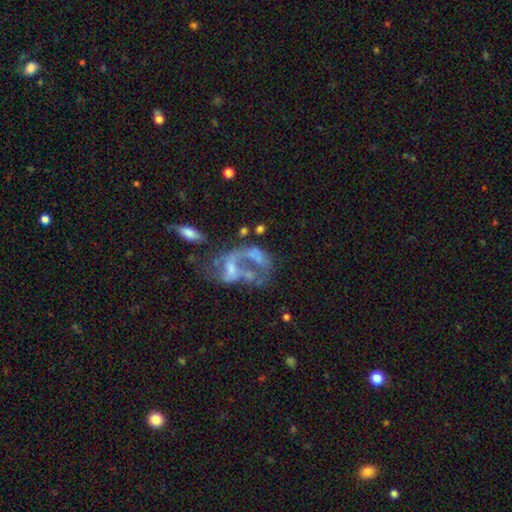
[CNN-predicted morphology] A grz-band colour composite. It shows a featured or disk galaxy (66%) with no bar (71%), no spiral arms (61%) and no central bulge (50%). Merging: major disturbance (42%).